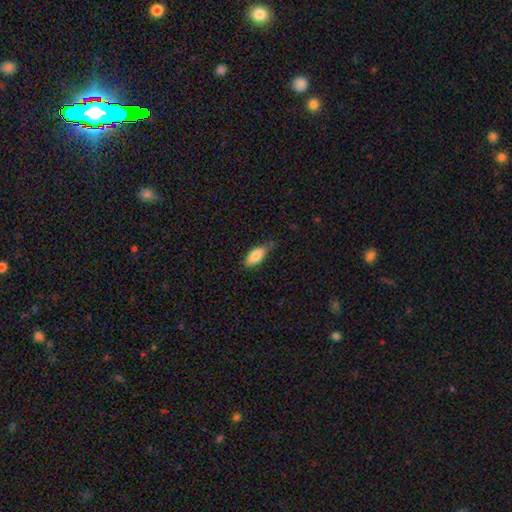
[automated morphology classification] Smooth or featured? Predicted: smooth (p=0.84). How rounded? Predicted: in between (p=0.85). Merging? Predicted: none (p=0.60).